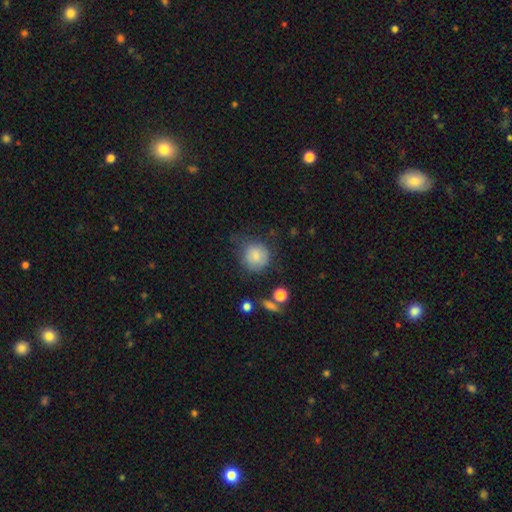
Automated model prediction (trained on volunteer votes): Smooth or featured?
  - smooth: 78% *
  - featured or disk: 14%
  - star or artifact: 9%
How rounded?
  - round: 84% *
  - in between: 15%
  - cigar-shaped: 1%
Merging?
  - none: 57% *
  - minor disturbance: 26%
  - major disturbance: 14%
  - merger: 3%